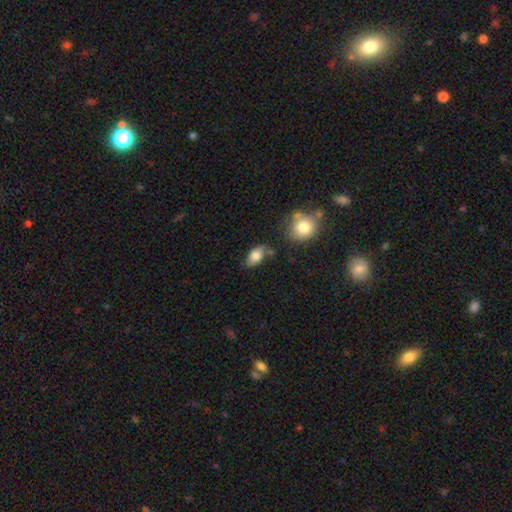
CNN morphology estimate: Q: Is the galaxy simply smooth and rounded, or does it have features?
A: smooth — 77%.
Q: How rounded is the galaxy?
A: in between — 88%.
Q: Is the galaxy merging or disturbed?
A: none — 64%.